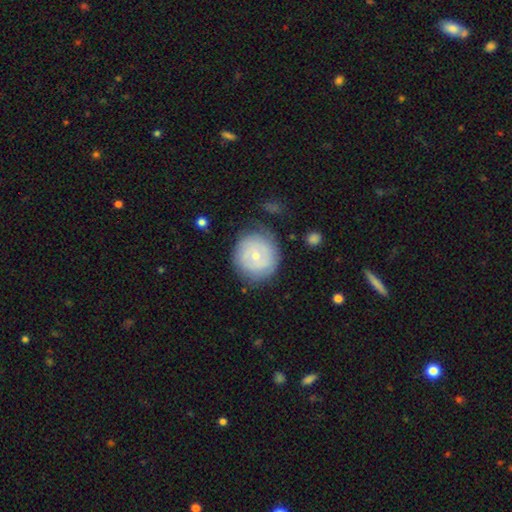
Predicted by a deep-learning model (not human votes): A featured or disk galaxy (52%) with no bar (76%), spiral arms (64%) and a small central bulge (63%). Merging: none (76%).